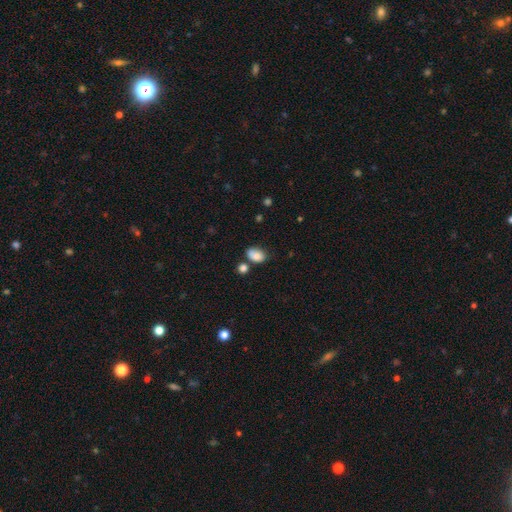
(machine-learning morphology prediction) Smooth or featured? Predicted: smooth (p=0.79). How rounded? Predicted: in between (p=0.79). Merging? Predicted: none (p=0.48).